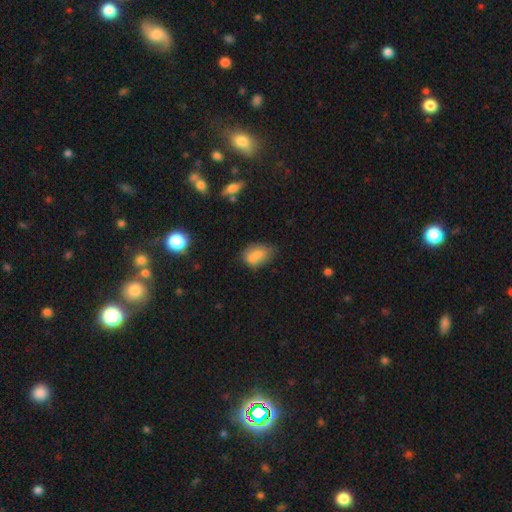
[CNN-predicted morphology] A smooth galaxy with no disk features (70%) that is in between round and cigar-shaped (78%).

Vote fractions:
- Smooth or featured? smooth: 70% / featured or disk: 19% / star or artifact: 11%
- How rounded? in between: 78% / round: 20% / cigar-shaped: 2%
- Merging? none: 41% / merger: 32% / minor disturbance: 20% / major disturbance: 7%